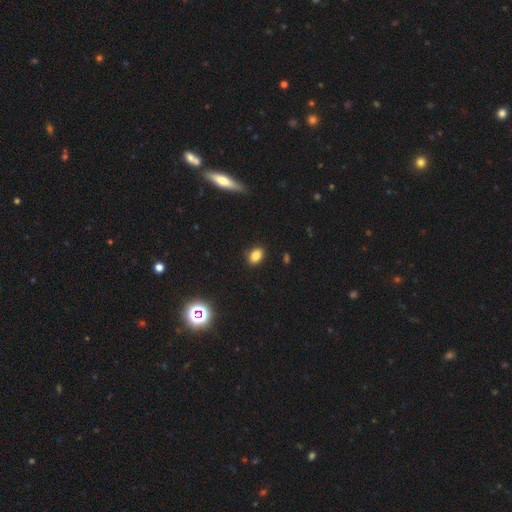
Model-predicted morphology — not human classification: smooth_or_featured: smooth (p=0.84) [alt: star or artifact p=0.11]
how_rounded: in between (p=0.79) [alt: round p=0.19]
merging: none (p=0.88) [alt: minor disturbance p=0.09]